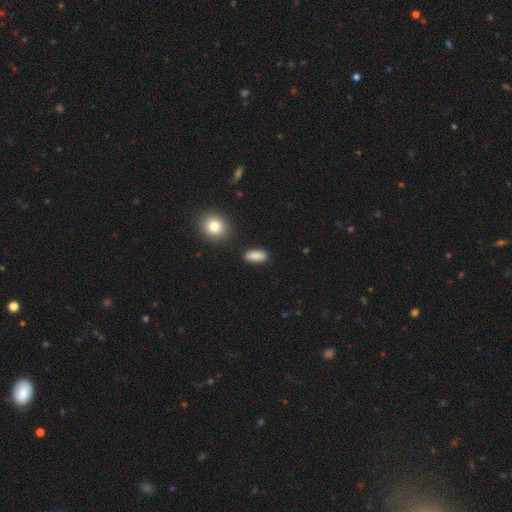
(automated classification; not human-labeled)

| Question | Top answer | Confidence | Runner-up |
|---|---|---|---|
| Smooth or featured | smooth | 87% | star or artifact (8%) |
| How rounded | in between | 83% | cigar-shaped (14%) |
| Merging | none | 87% | minor disturbance (9%) |